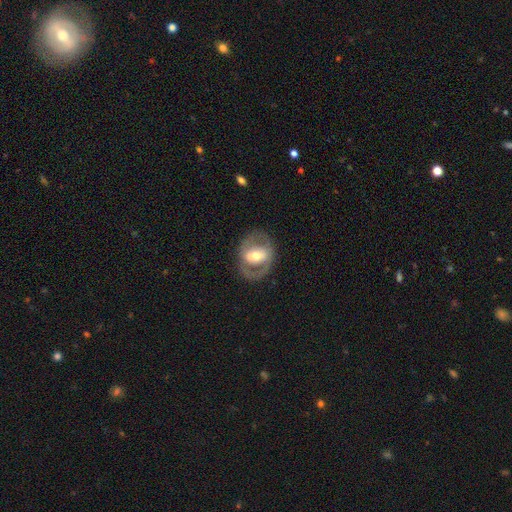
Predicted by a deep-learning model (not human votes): This appears to be a featured or disk galaxy (66%) with no bar (39%), no spiral arms (57%) and a moderate central bulge (67%). Merging: none (73%).